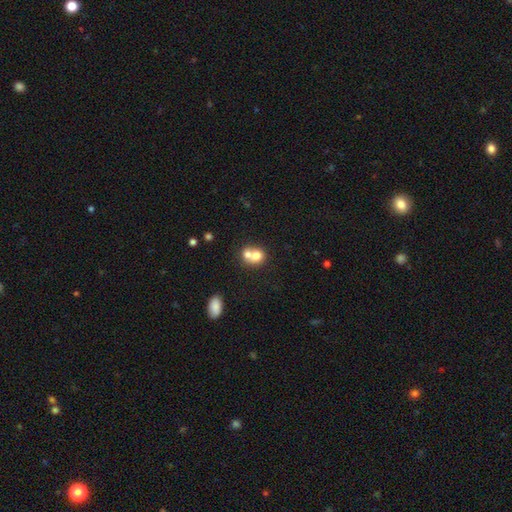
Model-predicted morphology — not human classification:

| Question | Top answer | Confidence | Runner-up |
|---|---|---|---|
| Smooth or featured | smooth | 71% | featured or disk (19%) |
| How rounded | round | 70% | in between (29%) |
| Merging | merger | 66% | none (26%) |